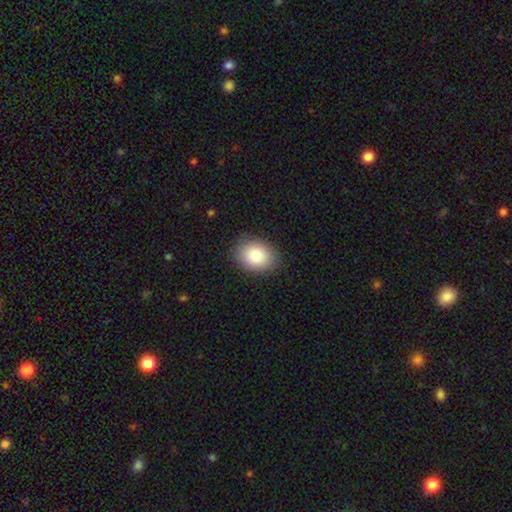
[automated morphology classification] smooth 87%, star or artifact 7%, featured or disk 6%. Down the decision tree: how rounded — in between (60%); merging — none (87%).